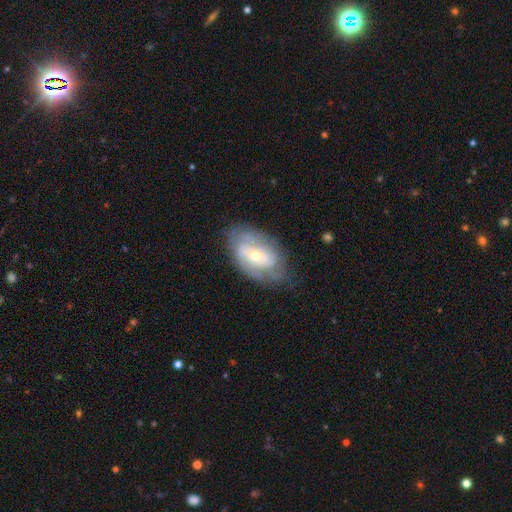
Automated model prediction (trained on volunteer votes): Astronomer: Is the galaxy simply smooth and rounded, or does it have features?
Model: featured or disk — 73%.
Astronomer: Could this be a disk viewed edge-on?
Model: no — 94%.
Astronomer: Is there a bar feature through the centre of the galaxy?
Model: no — 61%.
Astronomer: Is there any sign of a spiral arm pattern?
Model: yes — 78%.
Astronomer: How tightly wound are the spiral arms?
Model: tight — 55% (runner-up: medium, 32%).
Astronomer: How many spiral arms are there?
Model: can't tell — 42% (runner-up: 2, 39%).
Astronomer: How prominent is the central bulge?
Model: small — 54% (runner-up: moderate, 42%).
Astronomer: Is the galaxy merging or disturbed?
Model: none — 67%.